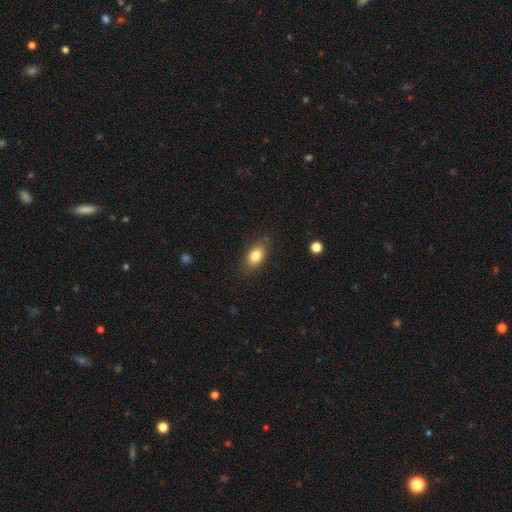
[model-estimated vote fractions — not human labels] This is clearly a smooth galaxy (82%). How rounded: clearly in between (85%). Merging: clearly none (82%).